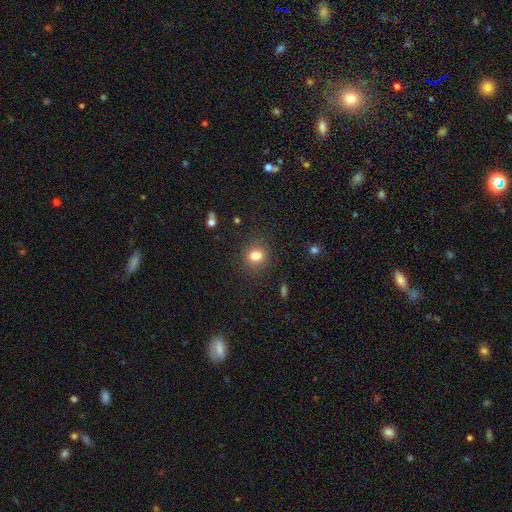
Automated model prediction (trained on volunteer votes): smooth-or-featured: smooth: 81% | star or artifact: 12% | featured or disk: 7%
  how-rounded: round: 81% | in between: 18% | cigar-shaped: 1%
  merging: none: 88% | minor disturbance: 8% | major disturbance: 3% | merger: 1%